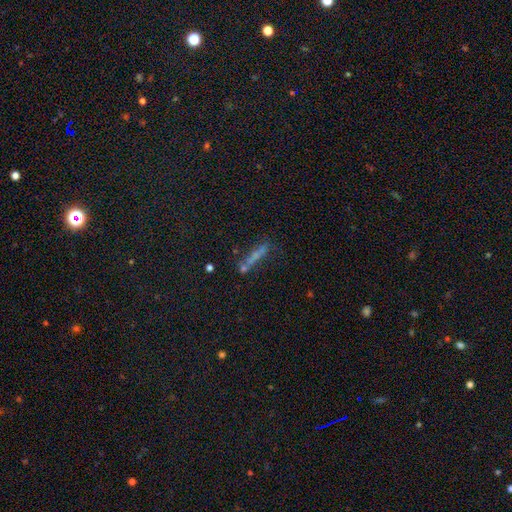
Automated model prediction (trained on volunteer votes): This is possibly a smooth galaxy (46%). Merging: possibly none (53%).